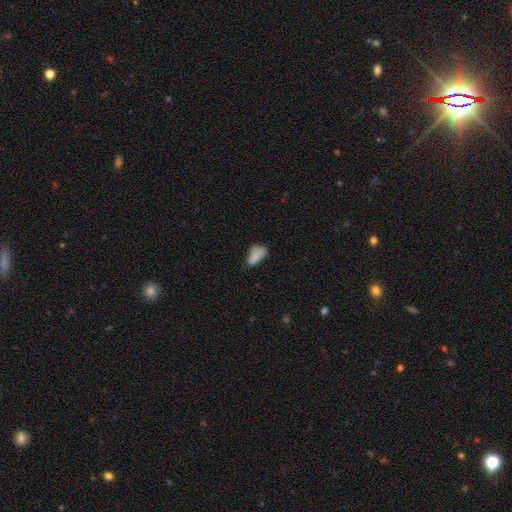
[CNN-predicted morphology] A smooth galaxy with no disk features (79%) that is in between round and cigar-shaped (91%). Merging: none (47%).